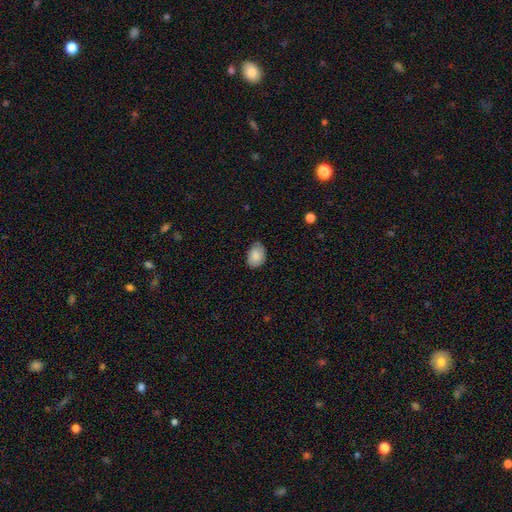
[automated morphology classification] smooth-or-featured: smooth: 86% | star or artifact: 7% | featured or disk: 7%
  how-rounded: in between: 77% | round: 22% | cigar-shaped: 1%
  merging: none: 73% | minor disturbance: 23% | major disturbance: 3% | merger: 1%